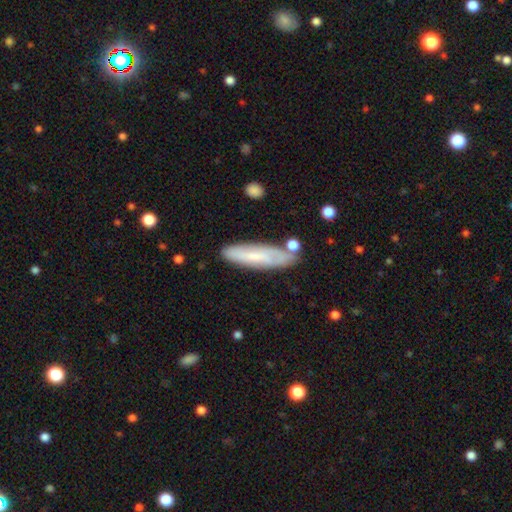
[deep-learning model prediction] smooth-or-featured: smooth: 58% | featured or disk: 35% | star or artifact: 7%
  how-rounded: cigar-shaped: 71% | in between: 27% | round: 2%
  merging: none: 74% | minor disturbance: 16% | merger: 6% | major disturbance: 4%